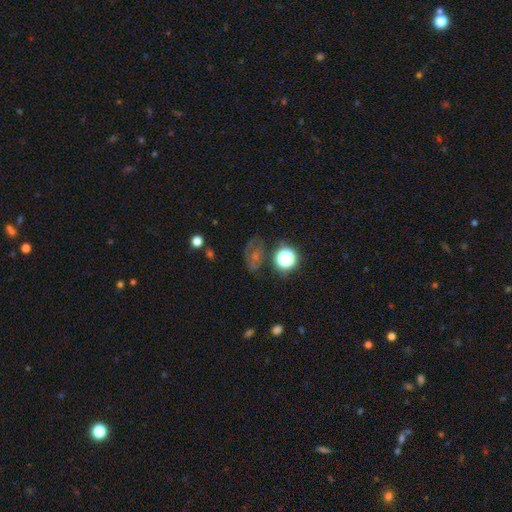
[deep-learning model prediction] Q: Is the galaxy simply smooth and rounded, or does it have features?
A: star or artifact — 44%.